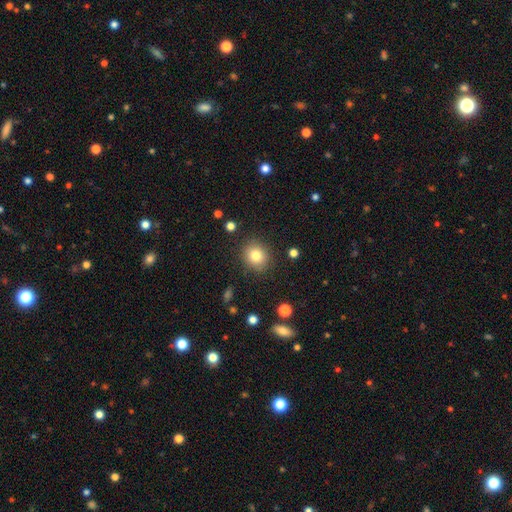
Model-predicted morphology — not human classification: This is clearly a smooth galaxy (80%). How rounded: clearly round (80%). Merging: clearly none (87%).